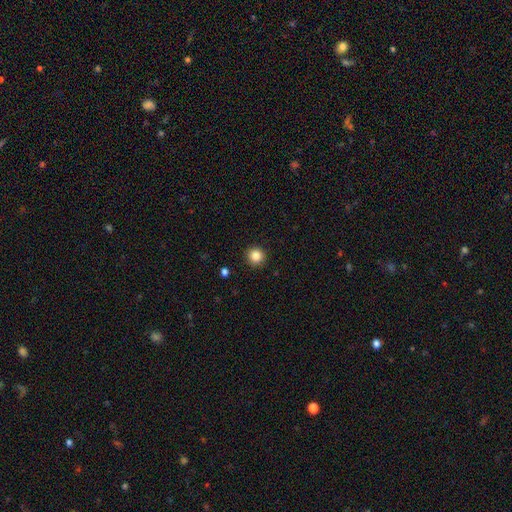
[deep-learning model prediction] Q: Smooth or featured?
A: smooth (85%); runner-up: star or artifact (11%)
Q: How rounded?
A: round (95%); runner-up: in between (4%)
Q: Merging?
A: none (92%); runner-up: minor disturbance (5%)